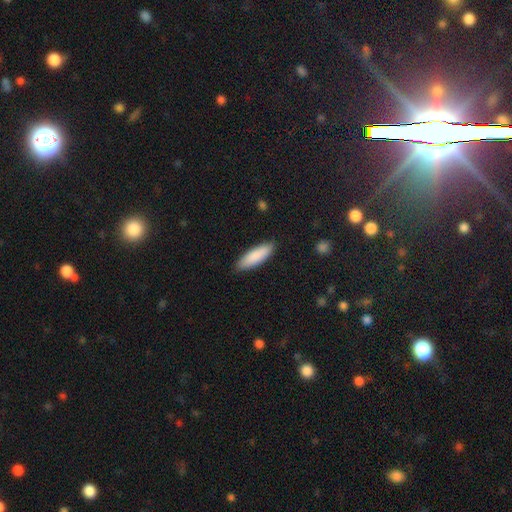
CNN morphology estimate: Smooth or featured: smooth — 87% (featured or disk — 8%)
How rounded: cigar-shaped — 51% (in between — 48%)
Merging: none — 87% (minor disturbance — 10%)